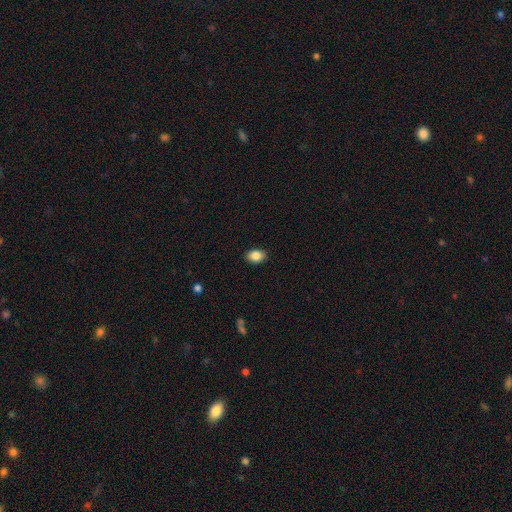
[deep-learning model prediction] This appears to be a smooth galaxy with no disk features (86%) that is in between round and cigar-shaped (78%). Merging: none (88%).